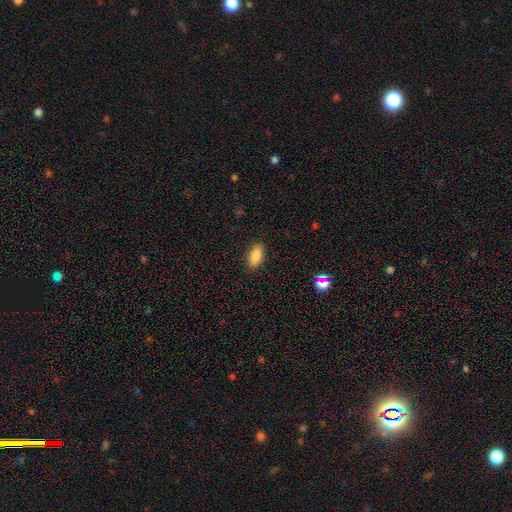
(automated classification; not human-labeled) Morphology: type=smooth (85%); roundness=in between (89%); merging=none (88%).